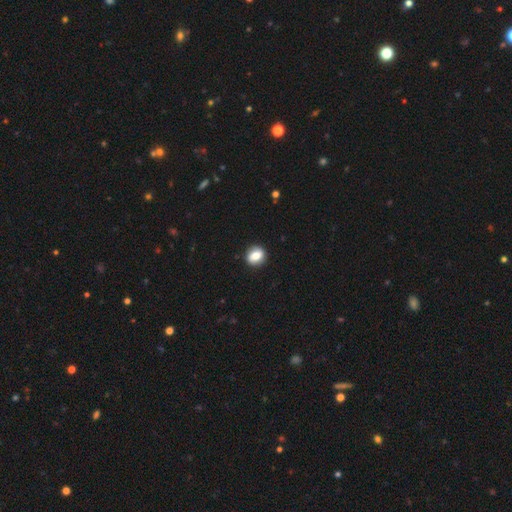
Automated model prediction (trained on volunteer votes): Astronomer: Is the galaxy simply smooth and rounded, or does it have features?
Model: smooth — 70%.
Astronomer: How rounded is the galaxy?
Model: round — 69%.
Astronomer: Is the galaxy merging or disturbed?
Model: none — 89%.